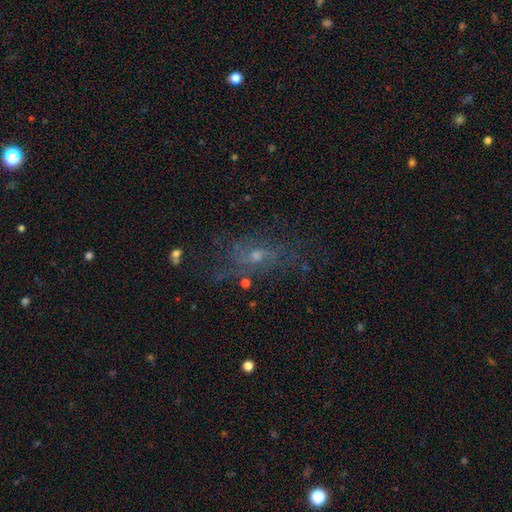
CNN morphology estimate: The model was most divided on "smooth or featured": featured or disk: 53%, smooth: 27%, star or artifact: 20%. More confident: edge-on disk — no (87%); merging — none (61%).